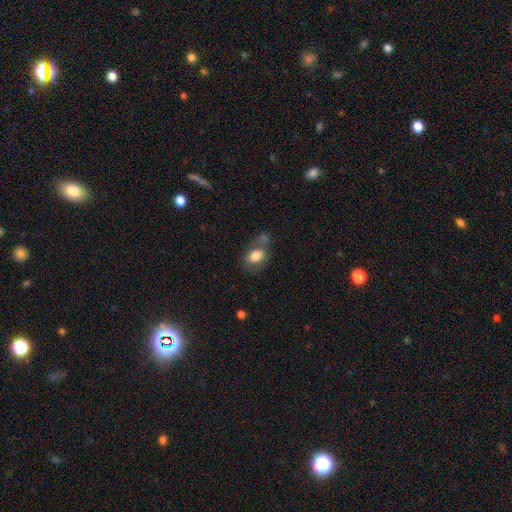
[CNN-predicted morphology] smooth 78%, featured or disk 15%, star or artifact 8%. Down the decision tree: how rounded — in between (69%); merging — none (46%).